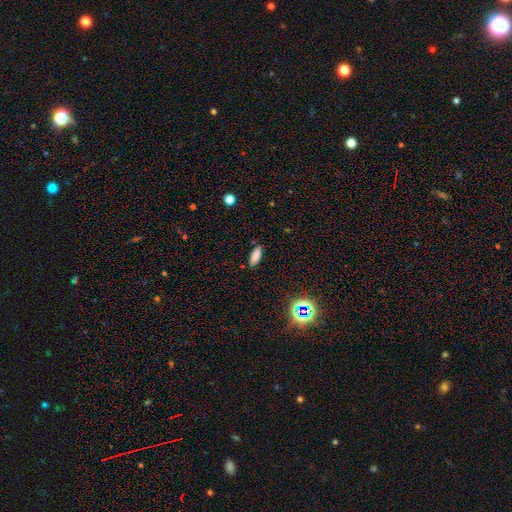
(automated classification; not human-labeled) Smooth or featured? smooth (81%)
How rounded? in between (74%)
Merging? none (86%)